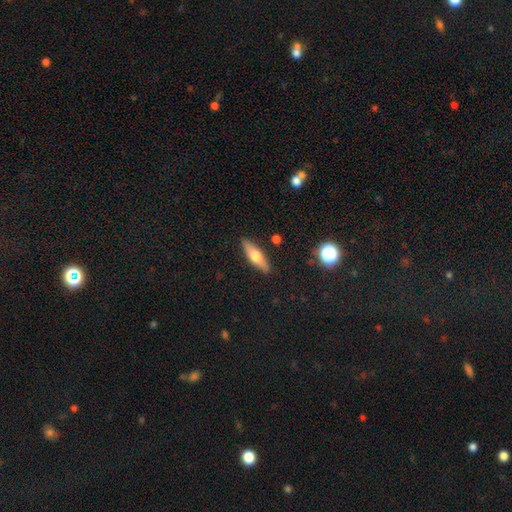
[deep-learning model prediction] Morphology: type=smooth (54%); roundness=cigar-shaped (53%); merging=none (88%).